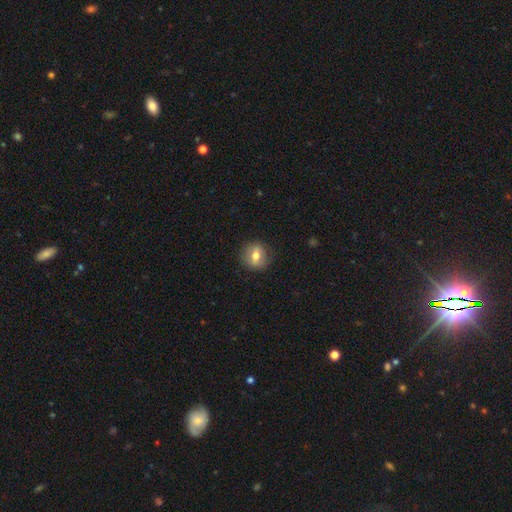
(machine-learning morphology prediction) This is likely a smooth galaxy (61%). How rounded: likely round (78%). Merging: clearly none (85%).